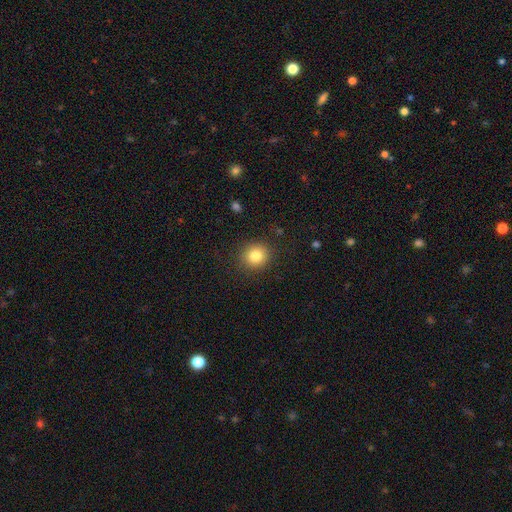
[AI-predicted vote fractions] Smooth or featured?
  - smooth: 83% *
  - star or artifact: 10%
  - featured or disk: 7%
How rounded?
  - round: 86% *
  - in between: 13%
  - cigar-shaped: 1%
Merging?
  - none: 88% *
  - minor disturbance: 8%
  - major disturbance: 3%
  - merger: 1%